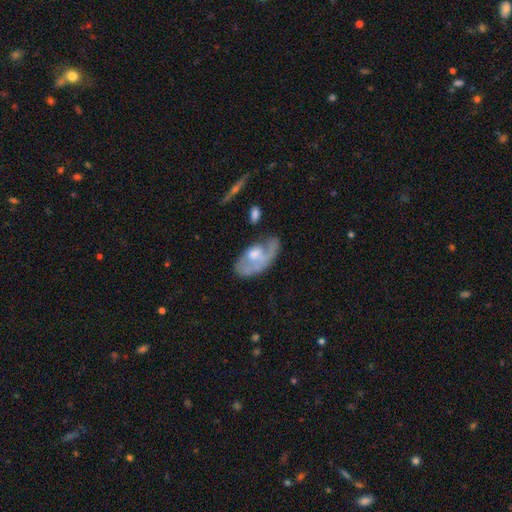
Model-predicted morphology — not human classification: A featured or disk galaxy (57%) with no bar (79%), spiral arms (52%) and a moderate central bulge (50%).

Vote fractions:
- Smooth or featured? featured or disk: 57% / smooth: 37% / star or artifact: 7%
- Edge-on disk? no: 94% / yes: 6%
- Bar? no: 79% / weak: 18% / strong: 3%
- Spiral arms? yes: 52% / no: 48%
- Bulge size? moderate: 50% / small: 28% / none: 11% / large: 10% / dominant: 2%
- Merging? major disturbance: 34% / none: 33% / minor disturbance: 26% / merger: 7%